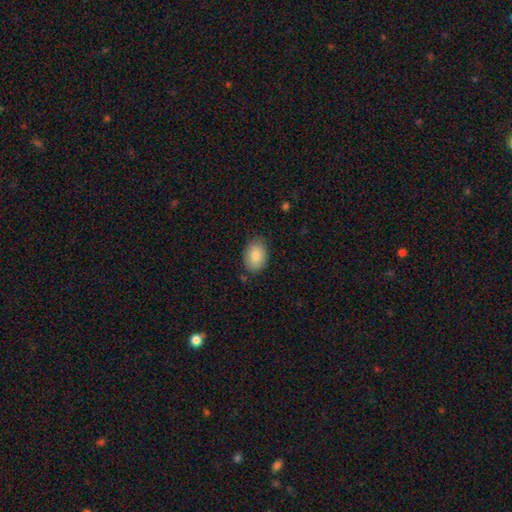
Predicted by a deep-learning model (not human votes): Q: Smooth or featured?
A: smooth (86%); runner-up: featured or disk (7%)
Q: How rounded?
A: in between (86%); runner-up: round (13%)
Q: Merging?
A: none (83%); runner-up: minor disturbance (13%)